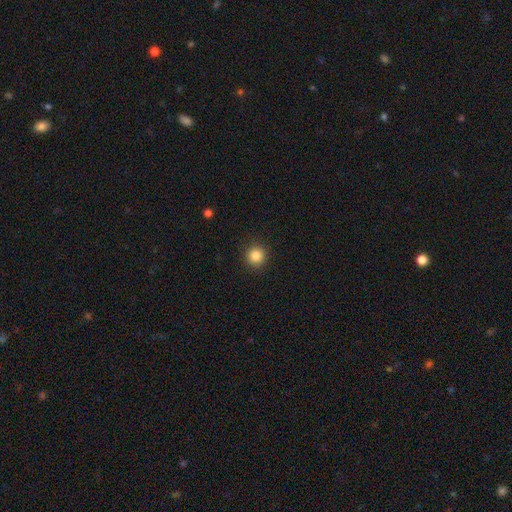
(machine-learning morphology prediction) Overall: smooth (85%). How rounded: round (94%). Merging: none (91%).